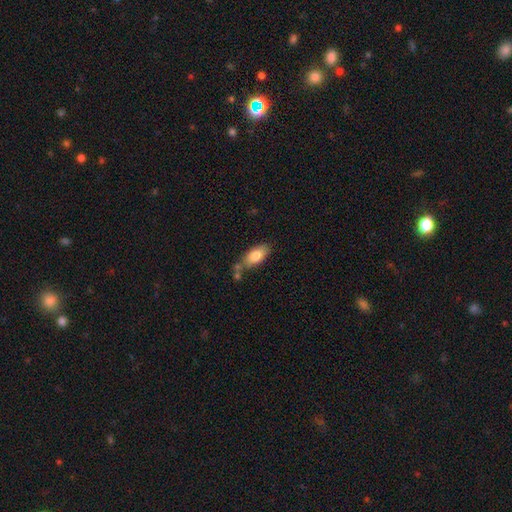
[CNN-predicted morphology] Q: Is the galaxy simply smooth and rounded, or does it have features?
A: smooth — 81%.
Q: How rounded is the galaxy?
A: in between — 88%.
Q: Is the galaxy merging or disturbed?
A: none — 59%.